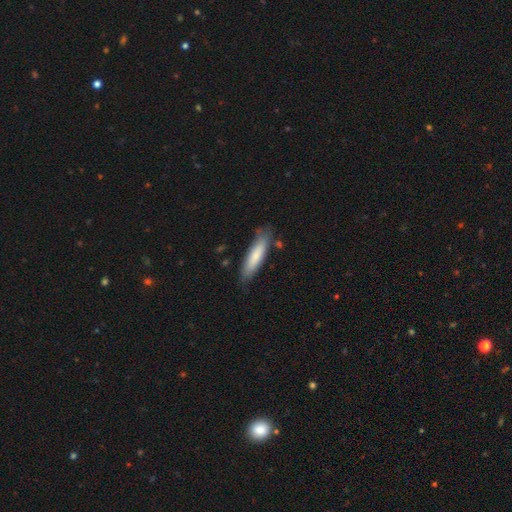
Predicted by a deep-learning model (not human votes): Overall: smooth (78%). How rounded: cigar-shaped (72%). Merging: none (79%).